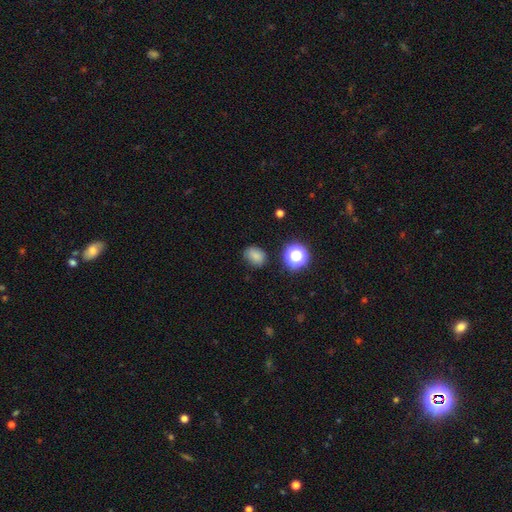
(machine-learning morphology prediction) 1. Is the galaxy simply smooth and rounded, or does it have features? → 78% smooth, 16% star or artifact, 6% featured or disk.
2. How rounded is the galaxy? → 60% in between, 38% round, 1% cigar-shaped.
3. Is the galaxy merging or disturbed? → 75% none, 18% minor disturbance, 4% major disturbance, 2% merger.